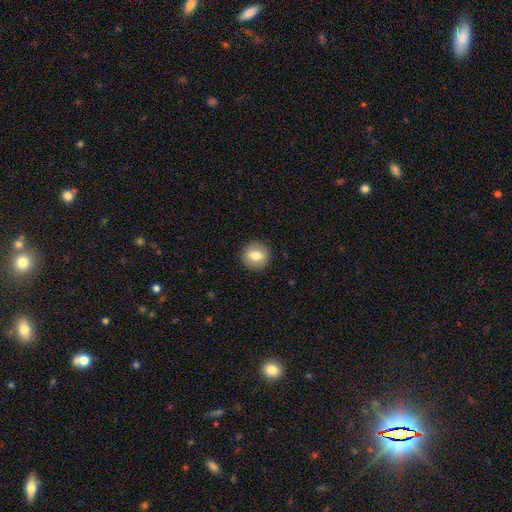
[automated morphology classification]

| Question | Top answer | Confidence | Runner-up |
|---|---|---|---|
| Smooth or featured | smooth | 76% | featured or disk (15%) |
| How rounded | round | 84% | in between (15%) |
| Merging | none | 90% | minor disturbance (7%) |